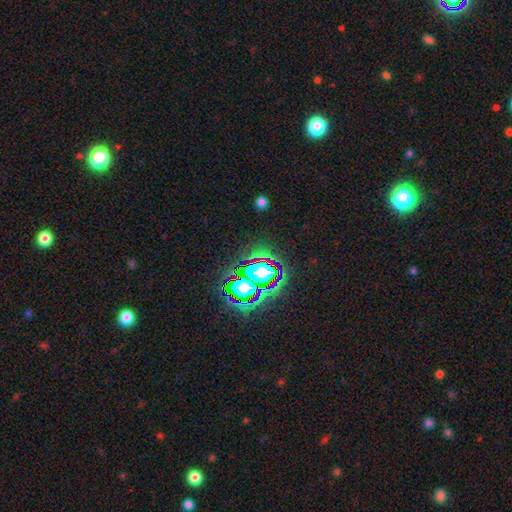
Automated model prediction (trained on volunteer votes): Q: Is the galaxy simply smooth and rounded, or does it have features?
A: star or artifact — 80%.